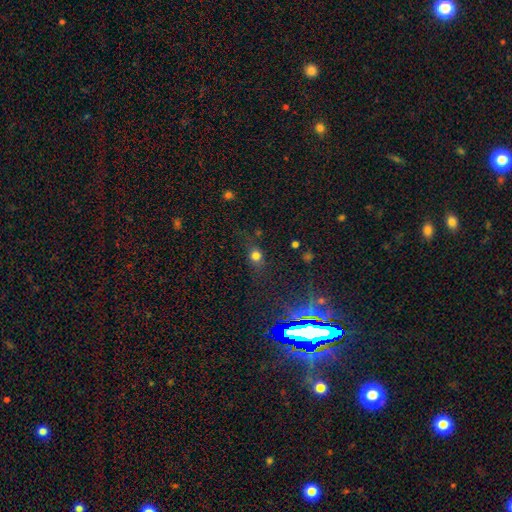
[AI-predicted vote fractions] The model was most divided on "how rounded": round: 61%, in between: 35%, cigar-shaped: 4%. More confident: merging — none (72%); smooth or featured — smooth (68%).